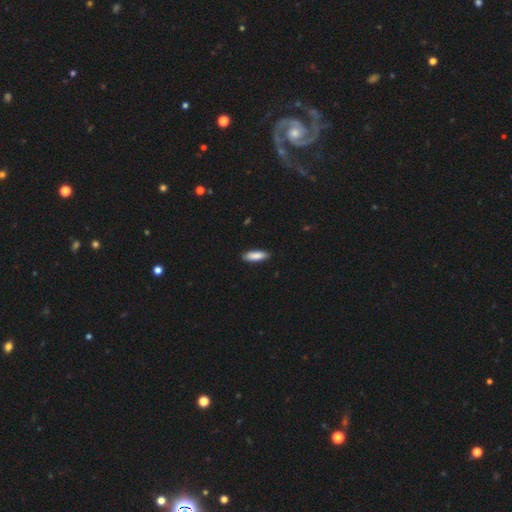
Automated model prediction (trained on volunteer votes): This appears to be a smooth galaxy with no disk features (87%) that is in between round and cigar-shaped (54%). Merging: none (87%).